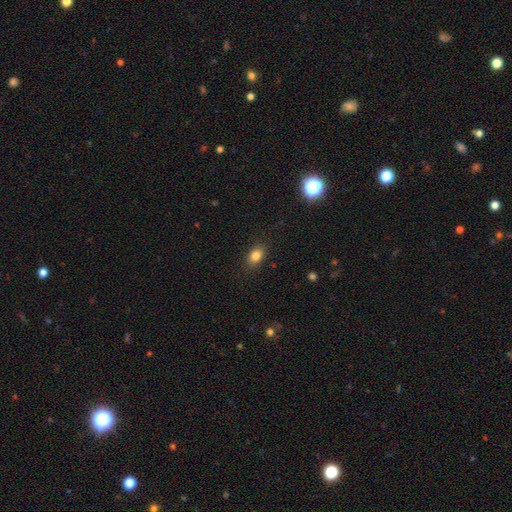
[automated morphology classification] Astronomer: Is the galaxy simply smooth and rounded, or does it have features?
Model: smooth — 83%.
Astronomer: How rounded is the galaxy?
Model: in between — 78%.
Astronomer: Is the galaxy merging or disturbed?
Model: none — 86%.